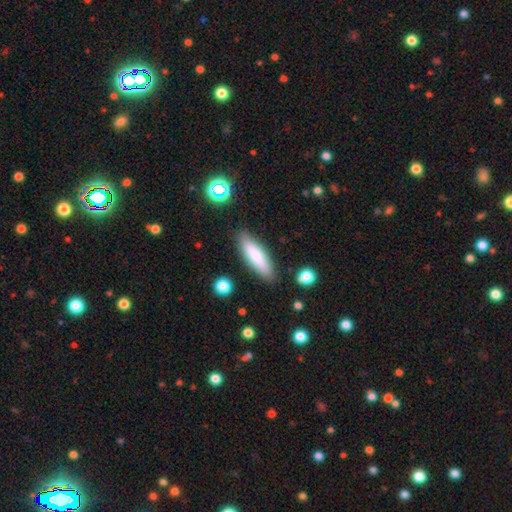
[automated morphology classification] Smooth or featured? smooth (76%)
How rounded? cigar-shaped (62%)
Merging? none (86%)